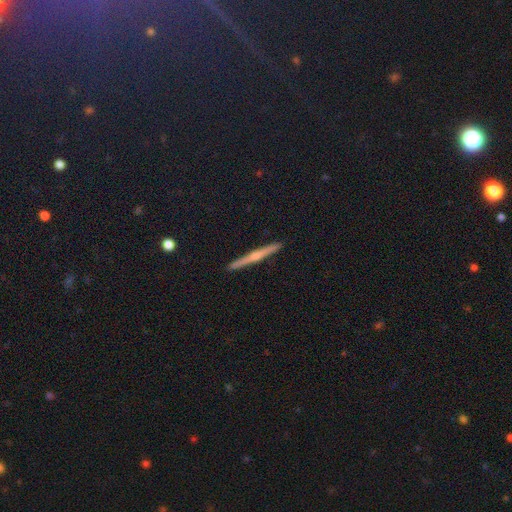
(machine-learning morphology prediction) smooth-or-featured: featured or disk: 69% | smooth: 24% | star or artifact: 7%
  disk-edge-on: yes: 98% | no: 2%
    edge-on-bulge: rounded: 77% | none: 17% | boxy: 6%
  merging: none: 93% | minor disturbance: 5% | major disturbance: 1% | merger: 1%